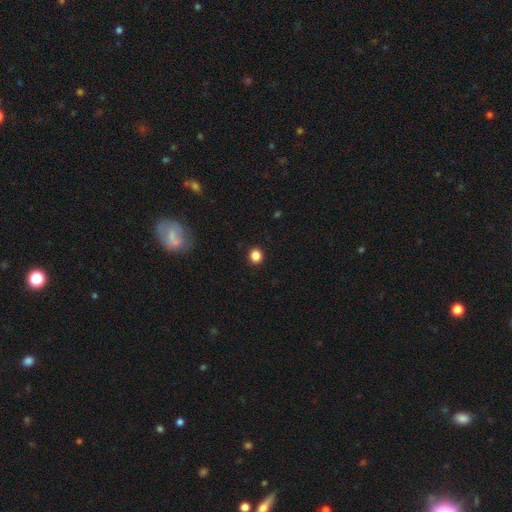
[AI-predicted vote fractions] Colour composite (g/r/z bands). It shows a smooth galaxy with no disk features (86%) that is round (91%). Merging: none (93%).